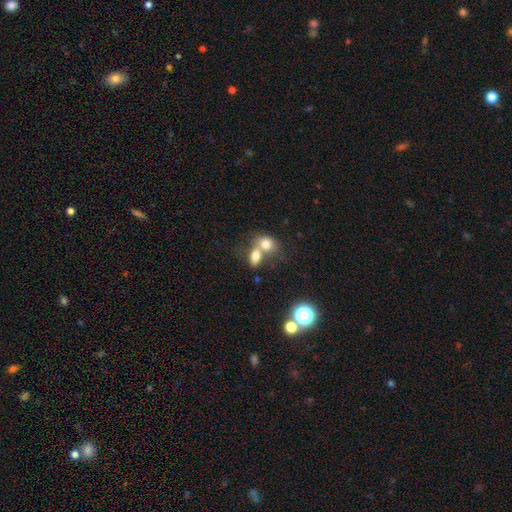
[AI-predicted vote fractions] Smooth or featured: smooth — 75% (featured or disk — 13%)
How rounded: in between — 69% (round — 28%)
Merging: merger — 60% (none — 28%)